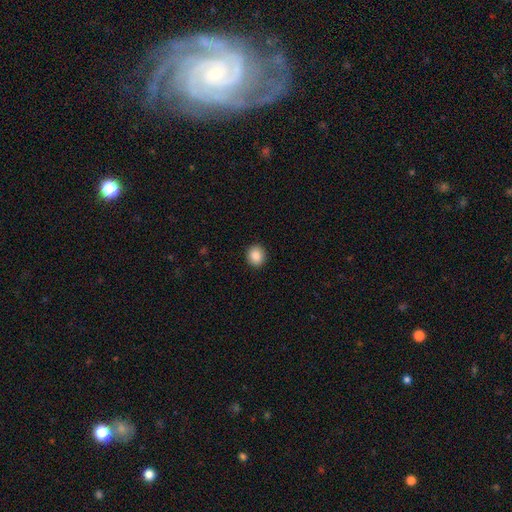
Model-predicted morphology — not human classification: smooth 88%, star or artifact 9%, featured or disk 3%. Down the decision tree: how rounded — round (77%); merging — none (91%).